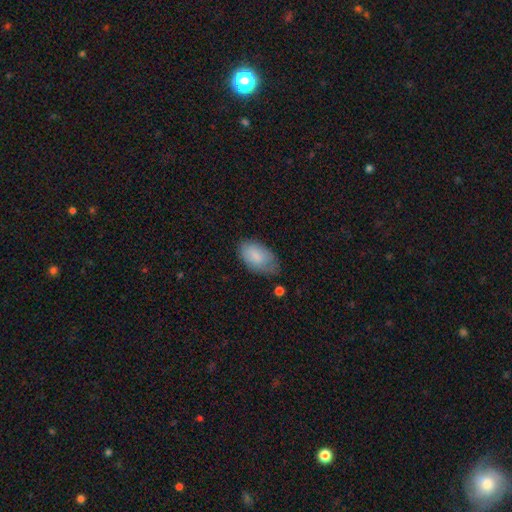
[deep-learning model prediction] A smooth galaxy with no disk features (84%) that is in between round and cigar-shaped (94%).

Vote fractions:
- Smooth or featured? smooth: 84% / featured or disk: 10% / star or artifact: 6%
- How rounded? in between: 94% / round: 4% / cigar-shaped: 2%
- Merging? none: 60% / minor disturbance: 30% / major disturbance: 8% / merger: 2%